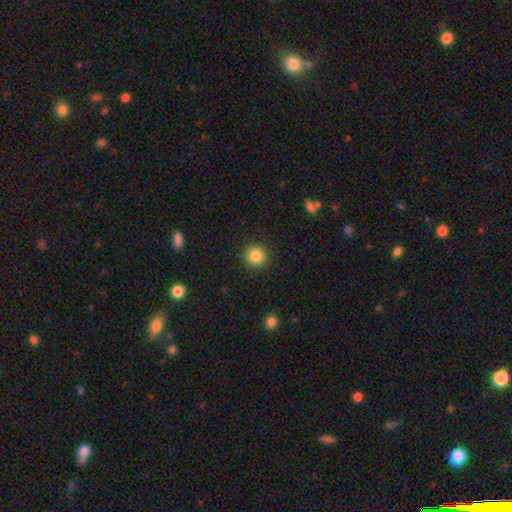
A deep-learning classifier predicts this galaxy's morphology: smooth-or-featured: smooth: 85% | star or artifact: 10% | featured or disk: 5%
  how-rounded: round: 94% | in between: 5% | cigar-shaped: 1%
  merging: none: 92% | minor disturbance: 5% | major disturbance: 2% | merger: 1%